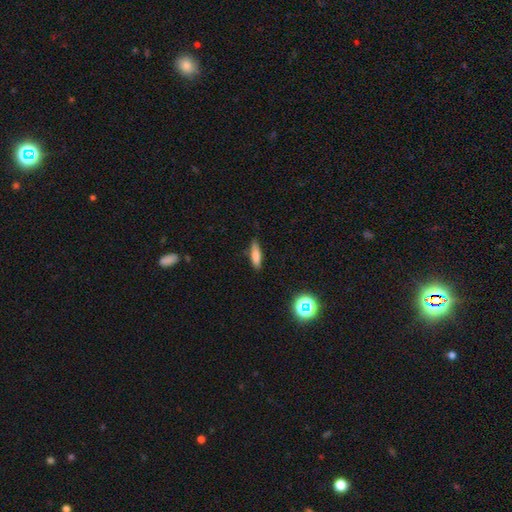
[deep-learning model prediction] This appears to be a smooth galaxy with no disk features (78%) that is cigar-shaped (60%). Merging: none (81%).